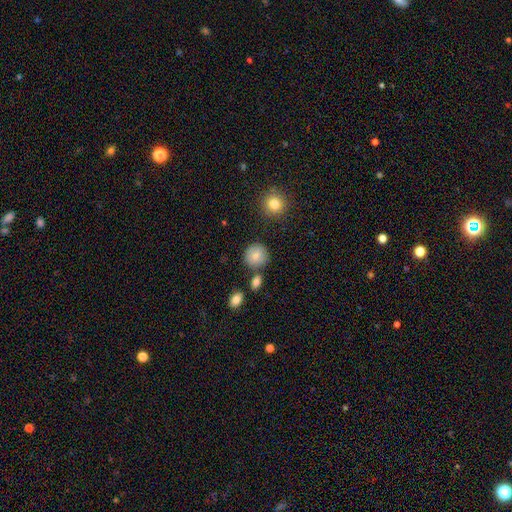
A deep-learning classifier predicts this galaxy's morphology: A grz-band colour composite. It shows a smooth galaxy with no disk features (81%) that is round (89%). Merging: none (79%).